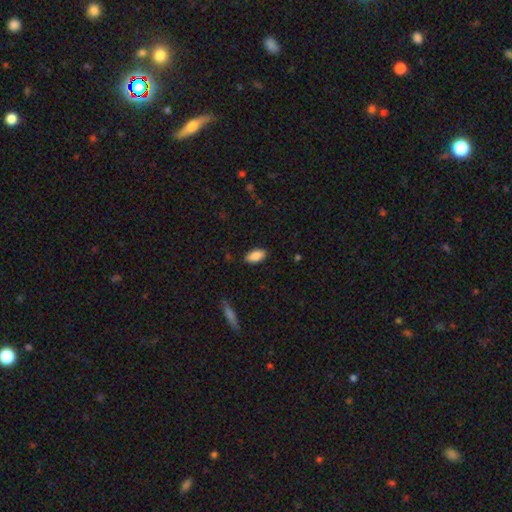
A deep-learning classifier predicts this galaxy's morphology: Overall: smooth (87%). How rounded: in between (92%). Merging: none (87%).